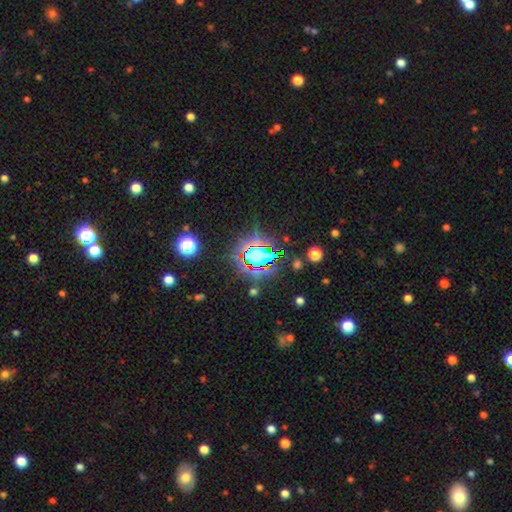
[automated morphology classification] smooth_or_featured: star or artifact (p=0.67) [alt: smooth p=0.20]